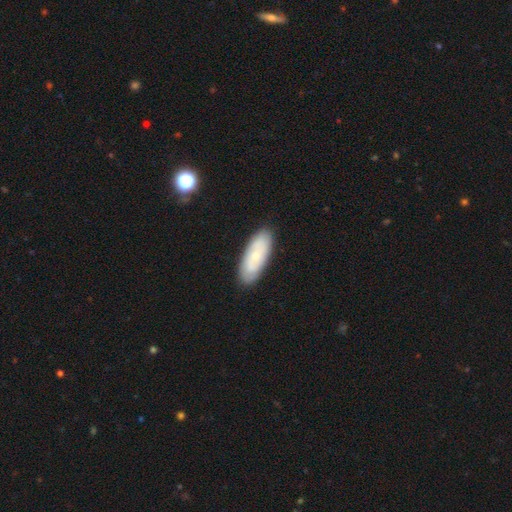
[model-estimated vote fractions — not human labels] smooth 50%, featured or disk 43%, star or artifact 6%. Down the decision tree: how rounded — in between (78%); merging — none (86%).